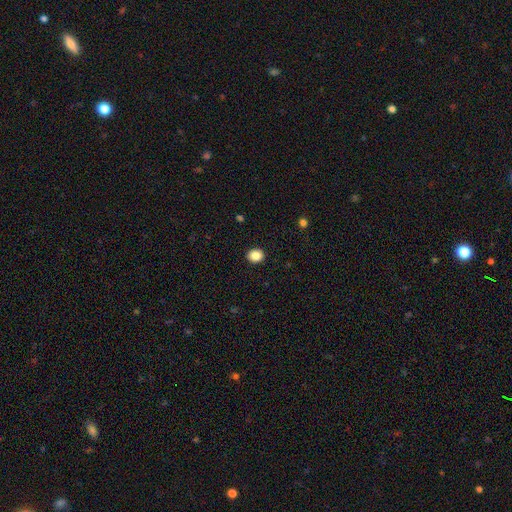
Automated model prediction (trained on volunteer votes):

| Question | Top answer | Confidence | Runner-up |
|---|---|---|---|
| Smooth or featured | smooth | 86% | star or artifact (10%) |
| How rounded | round | 69% | in between (30%) |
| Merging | none | 92% | minor disturbance (5%) |